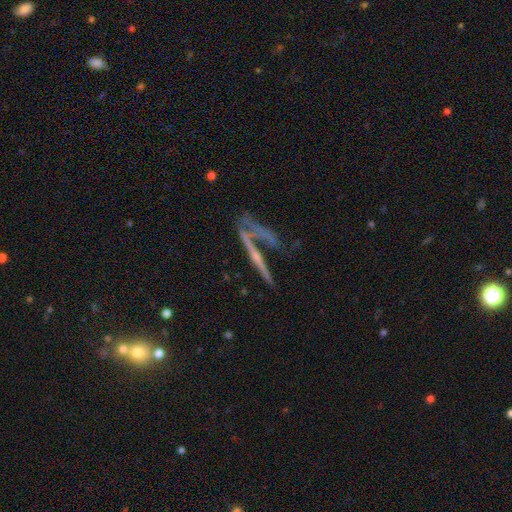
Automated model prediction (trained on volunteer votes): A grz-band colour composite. It shows a featured or disk galaxy (66%) viewed edge-on (80%) with a rounded central bulge (56%). Merging: none (39%).